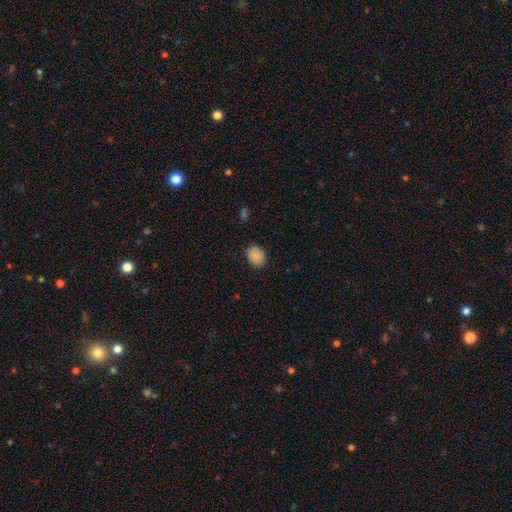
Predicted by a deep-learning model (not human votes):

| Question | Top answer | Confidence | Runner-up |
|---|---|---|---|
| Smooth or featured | smooth | 88% | star or artifact (8%) |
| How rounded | in between | 52% | round (48%) |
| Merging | none | 84% | minor disturbance (12%) |